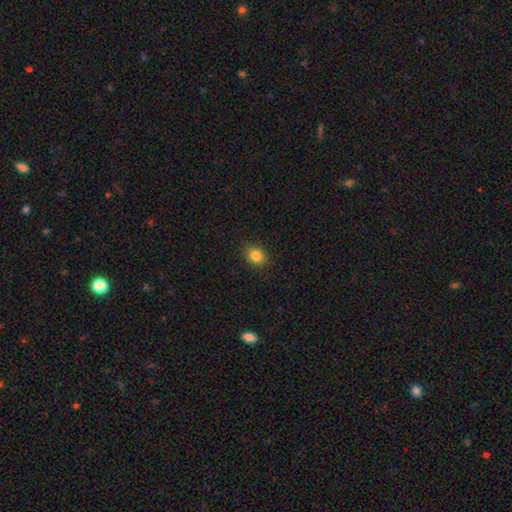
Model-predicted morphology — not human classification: smooth-or-featured: smooth: 84% | star or artifact: 11% | featured or disk: 6%
  how-rounded: in between: 54% | round: 45% | cigar-shaped: 1%
  merging: none: 88% | minor disturbance: 8% | major disturbance: 2% | merger: 1%